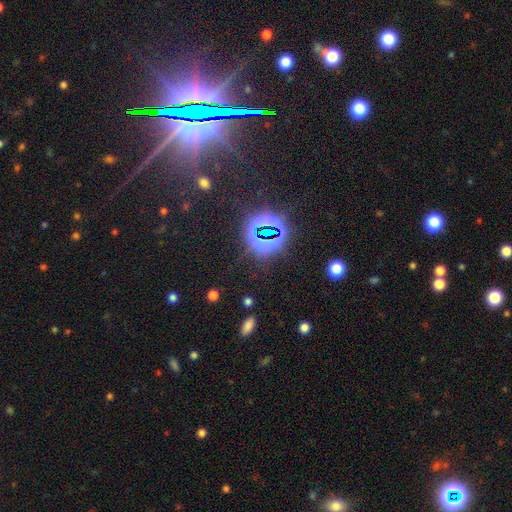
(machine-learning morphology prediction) smooth-or-featured: star or artifact: 83% | featured or disk: 10% | smooth: 7%